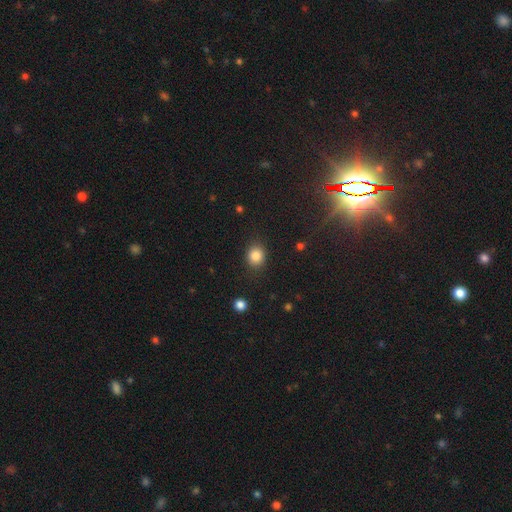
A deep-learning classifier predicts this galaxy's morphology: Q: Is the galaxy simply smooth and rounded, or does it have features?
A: smooth — 84%.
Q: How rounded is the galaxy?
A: round — 70%.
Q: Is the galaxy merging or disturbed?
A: none — 86%.